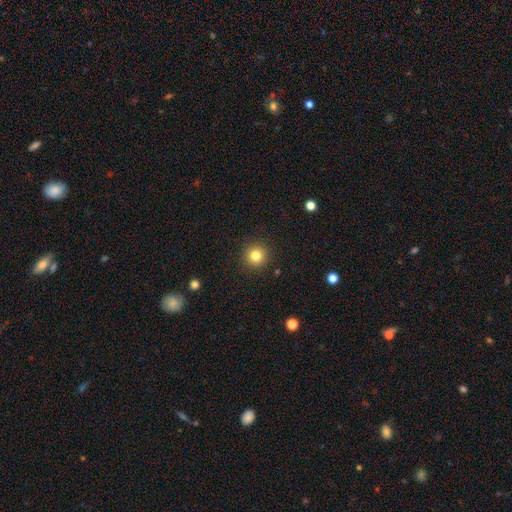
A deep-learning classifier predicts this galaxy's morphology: smooth 82%, star or artifact 12%, featured or disk 6%. Down the decision tree: how rounded — round (95%); merging — none (92%).